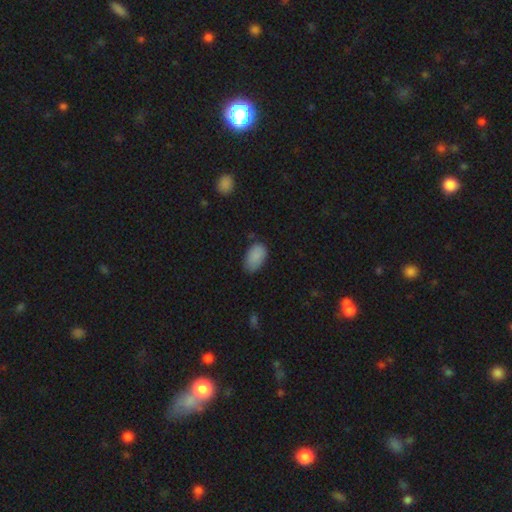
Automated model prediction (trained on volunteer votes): A smooth galaxy with no disk features (88%) that is in between round and cigar-shaped (94%).

Vote fractions:
- Smooth or featured? smooth: 88% / star or artifact: 7% / featured or disk: 5%
- How rounded? in between: 94% / round: 5% / cigar-shaped: 1%
- Merging? none: 72% / minor disturbance: 22% / major disturbance: 4% / merger: 2%